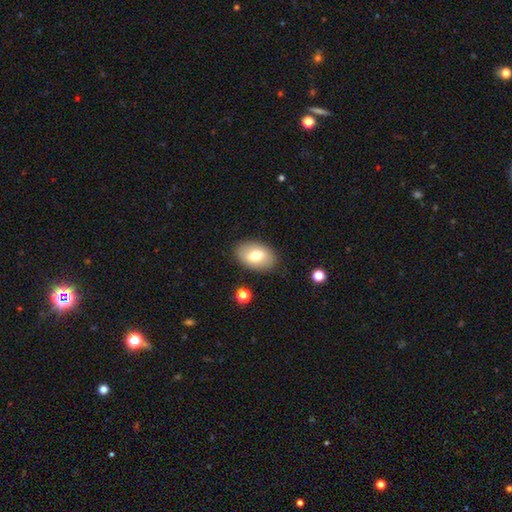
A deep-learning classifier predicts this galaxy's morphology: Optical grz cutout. It shows a smooth galaxy with no disk features (71%) that is in between round and cigar-shaped (88%). Merging: none (86%).